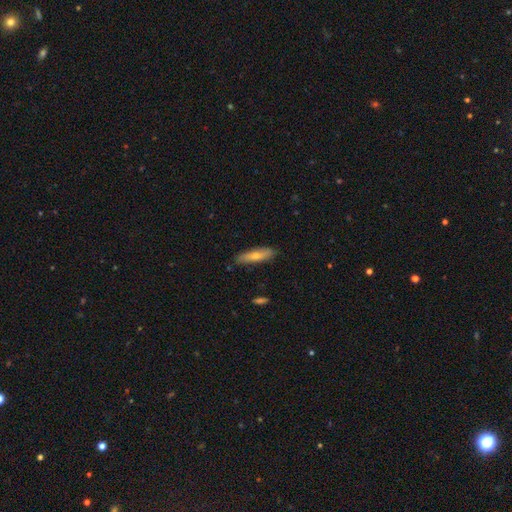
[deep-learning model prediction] smooth_or_featured: smooth (p=0.54) [alt: featured or disk p=0.39]
how_rounded: cigar-shaped (p=0.76) [alt: in between p=0.21]
merging: none (p=0.85) [alt: minor disturbance p=0.12]